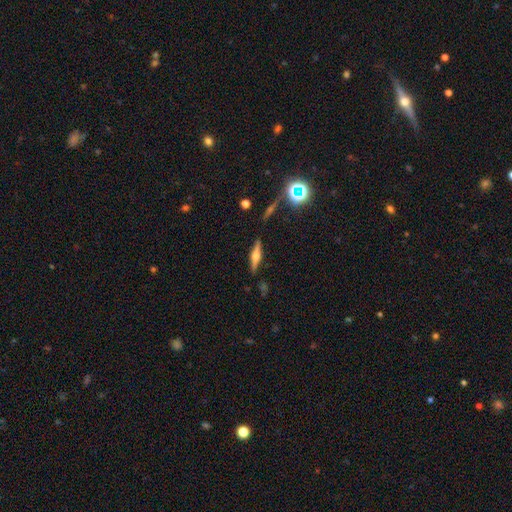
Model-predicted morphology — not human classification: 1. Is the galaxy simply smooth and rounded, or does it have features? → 70% featured or disk, 22% smooth, 8% star or artifact.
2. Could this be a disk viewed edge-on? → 97% yes, 3% no.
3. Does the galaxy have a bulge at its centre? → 88% rounded, 10% boxy, 2% none.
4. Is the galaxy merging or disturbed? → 87% none, 9% minor disturbance, 2% major disturbance, 2% merger.